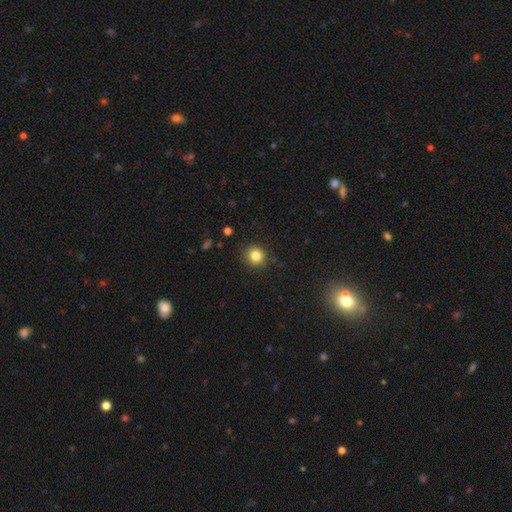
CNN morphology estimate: smooth_or_featured: smooth (p=0.83) [alt: star or artifact p=0.11]
how_rounded: round (p=0.86) [alt: in between p=0.13]
merging: none (p=0.88) [alt: minor disturbance p=0.09]